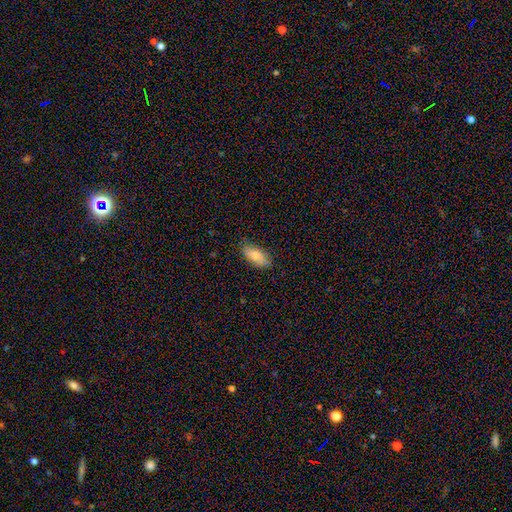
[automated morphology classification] This is likely a smooth galaxy (78%). How rounded: clearly in between (85%). Merging: likely none (79%).